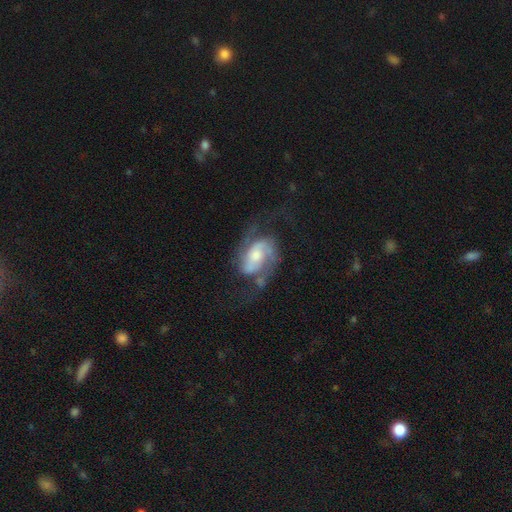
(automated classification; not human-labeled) Overall: featured or disk (81%). Edge-on disk: no (97%). Bar: no (51%; weak 37%). Spiral arms: yes (93%). Spiral arm count: 2 (78%). Spiral winding: medium (48%; loose 26%). Bulge size: moderate (49%; small 28%). Merging: none (48%; major disturbance 27%).